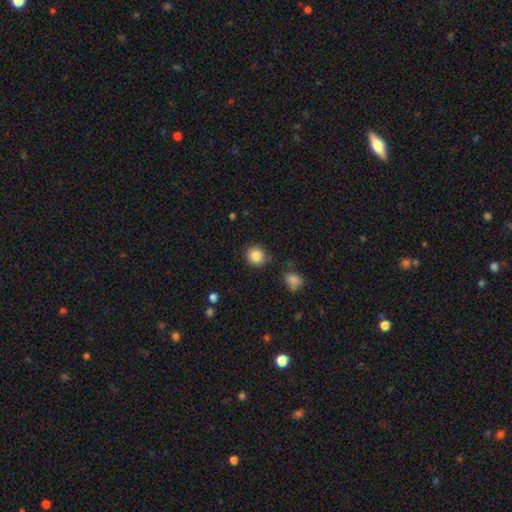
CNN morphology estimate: Smooth or featured?
  - smooth: 85% *
  - star or artifact: 10%
  - featured or disk: 5%
How rounded?
  - round: 89% *
  - in between: 10%
  - cigar-shaped: 1%
Merging?
  - none: 81% *
  - minor disturbance: 12%
  - merger: 3%
  - major disturbance: 3%